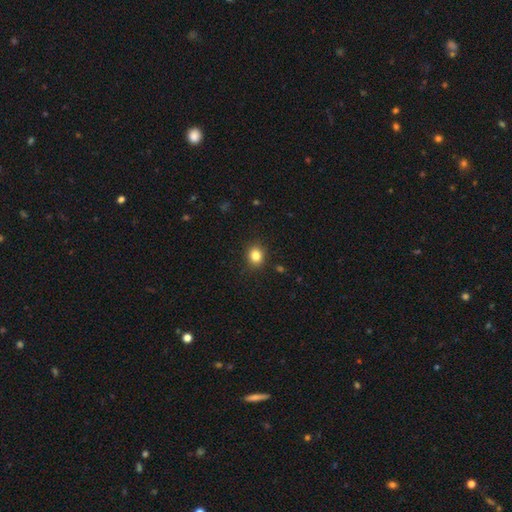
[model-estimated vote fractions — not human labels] Morphology: type=smooth (84%); roundness=round (69%); merging=none (89%).